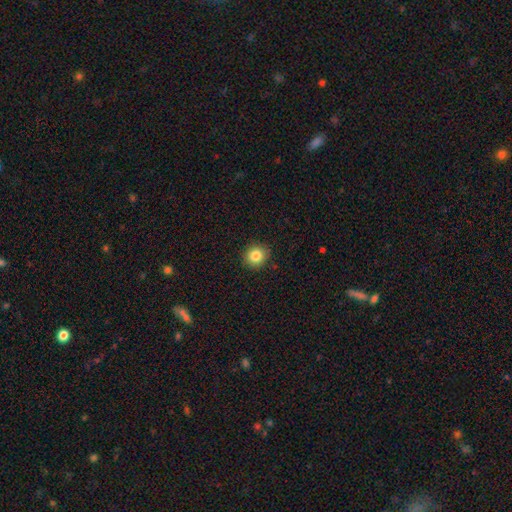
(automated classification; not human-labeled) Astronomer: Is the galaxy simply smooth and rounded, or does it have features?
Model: smooth — 84%.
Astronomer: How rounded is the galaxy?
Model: round — 87%.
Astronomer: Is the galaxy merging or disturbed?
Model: none — 90%.